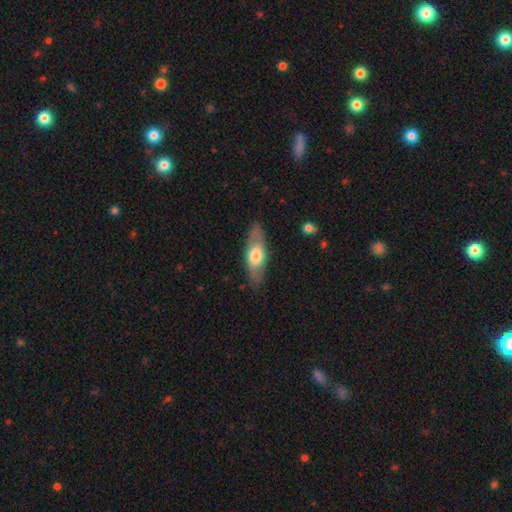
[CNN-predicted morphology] Overall: smooth (55%; featured or disk 40%). How rounded: in between (62%; cigar-shaped 34%). Merging: none (82%).